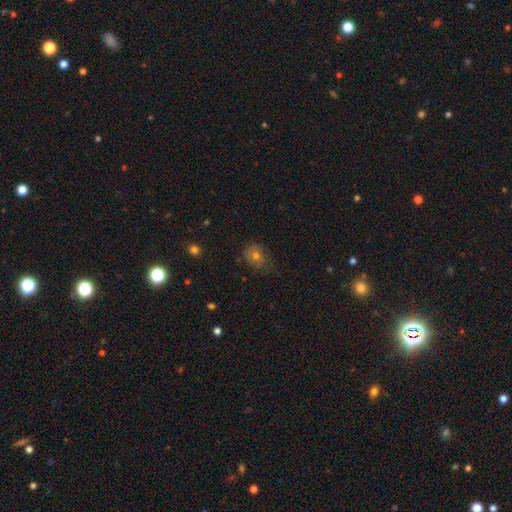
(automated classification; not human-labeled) The model was most divided on "how rounded": round: 58%, in between: 41%, cigar-shaped: 1%. More confident: merging — none (68%); smooth or featured — smooth (56%).